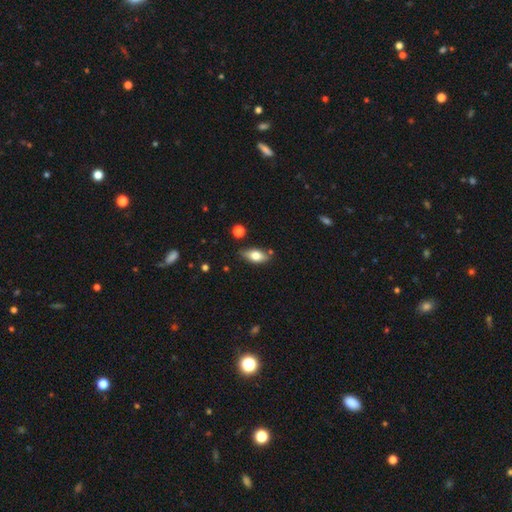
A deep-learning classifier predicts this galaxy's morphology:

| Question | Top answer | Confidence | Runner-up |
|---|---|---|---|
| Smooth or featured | smooth | 70% | featured or disk (23%) |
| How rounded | in between | 83% | cigar-shaped (13%) |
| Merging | none | 74% | minor disturbance (17%) |